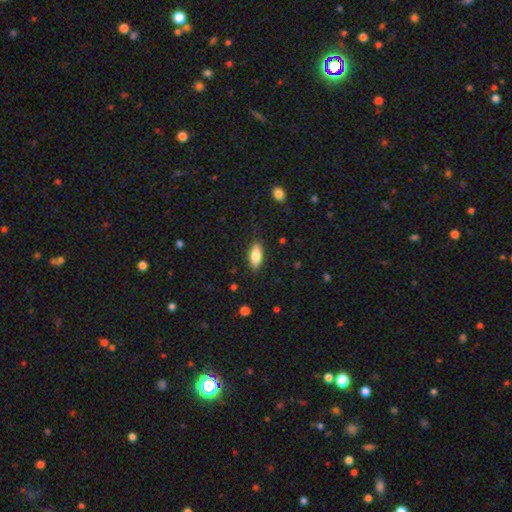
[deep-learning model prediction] smooth_or_featured: smooth (p=0.80) [alt: featured or disk p=0.13]
how_rounded: in between (p=0.81) [alt: cigar-shaped p=0.17]
merging: none (p=0.85) [alt: minor disturbance p=0.11]